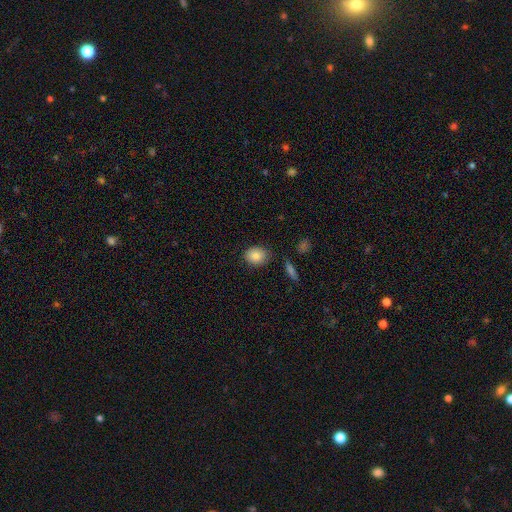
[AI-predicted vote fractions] smooth-or-featured: smooth: 85% | star or artifact: 8% | featured or disk: 7%
  how-rounded: round: 50% | in between: 49% | cigar-shaped: 1%
  merging: none: 82% | minor disturbance: 12% | merger: 3% | major disturbance: 3%